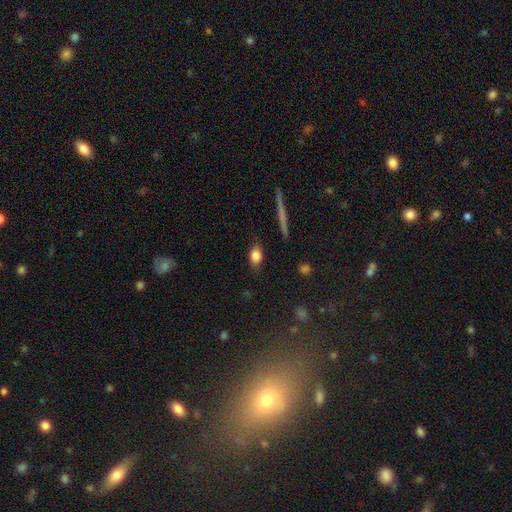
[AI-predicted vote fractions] This is likely a smooth galaxy (80%). How rounded: likely in between (75%). Merging: likely none (80%).